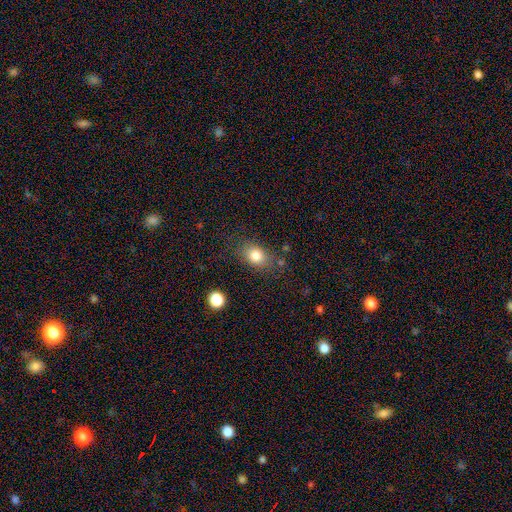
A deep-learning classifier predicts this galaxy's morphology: Smooth or featured?
  - smooth: 82% *
  - star or artifact: 9%
  - featured or disk: 9%
How rounded?
  - in between: 68% *
  - round: 30%
  - cigar-shaped: 2%
Merging?
  - none: 76% *
  - minor disturbance: 15%
  - major disturbance: 6%
  - merger: 3%